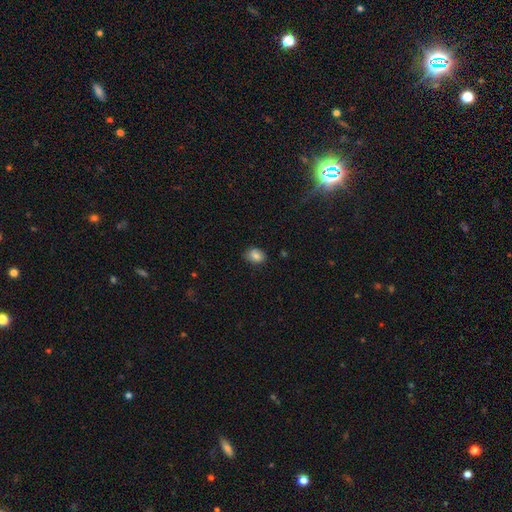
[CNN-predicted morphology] smooth-or-featured: smooth: 82% | star or artifact: 9% | featured or disk: 8%
  how-rounded: in between: 69% | round: 29% | cigar-shaped: 1%
  merging: none: 81% | minor disturbance: 15% | major disturbance: 3% | merger: 1%